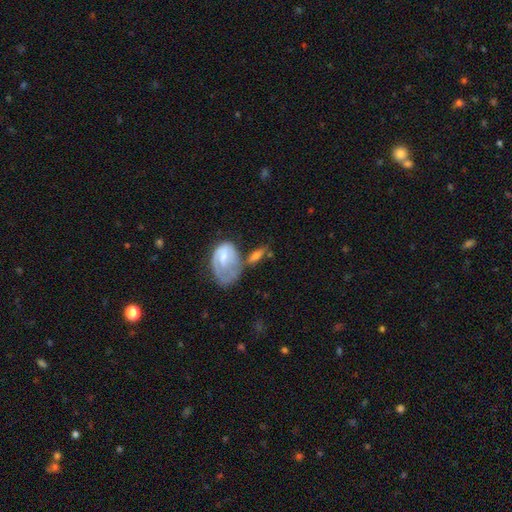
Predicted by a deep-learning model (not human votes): Smooth or featured? Predicted: smooth (p=0.54). How rounded? Predicted: in between (p=0.78). Merging? Predicted: none (p=0.35).